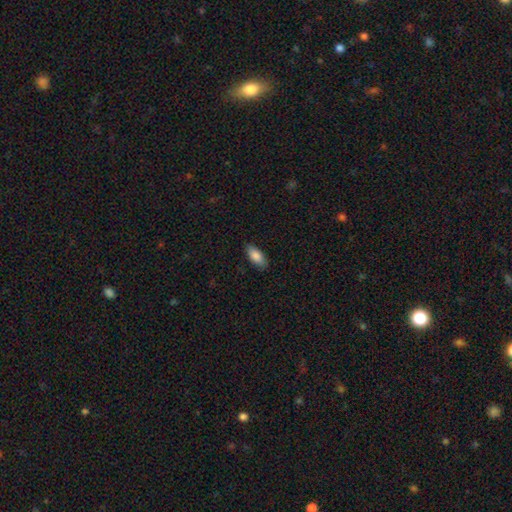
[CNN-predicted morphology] The model was most divided on "merging": none: 86%, minor disturbance: 11%, major disturbance: 2%, merger: 1%. More confident: how rounded — in between (89%); smooth or featured — smooth (87%).